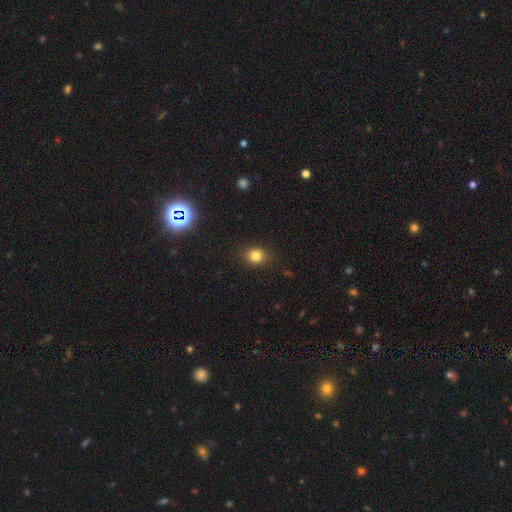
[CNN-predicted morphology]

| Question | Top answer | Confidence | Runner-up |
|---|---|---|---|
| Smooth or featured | smooth | 81% | star or artifact (13%) |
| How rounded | round | 74% | in between (25%) |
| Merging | none | 86% | minor disturbance (10%) |